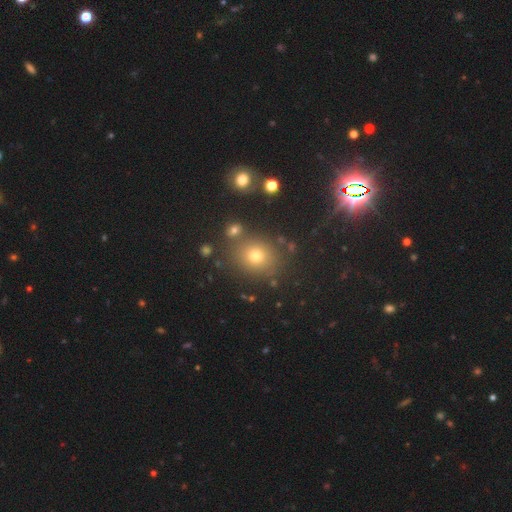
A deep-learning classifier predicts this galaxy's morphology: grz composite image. It shows a smooth galaxy with no disk features (62%) that is round (74%). Merging: none (80%).